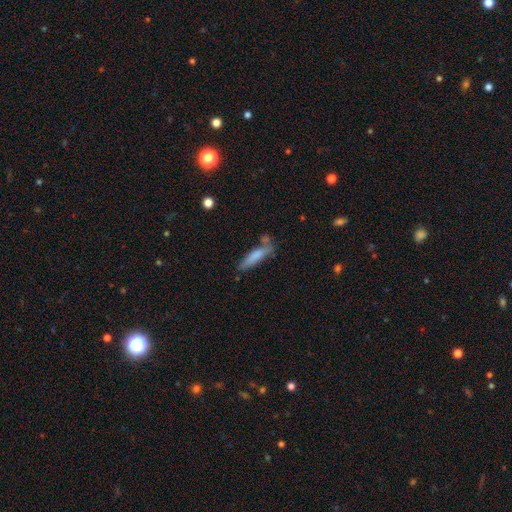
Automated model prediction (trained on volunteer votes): smooth-or-featured: smooth: 74% | featured or disk: 20% | star or artifact: 7%
  how-rounded: cigar-shaped: 83% | in between: 15% | round: 2%
  merging: none: 61% | minor disturbance: 21% | merger: 11% | major disturbance: 7%